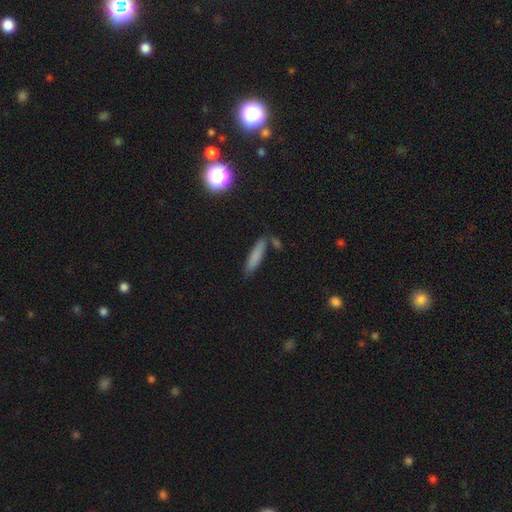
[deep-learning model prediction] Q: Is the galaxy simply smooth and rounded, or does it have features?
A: smooth — 79%.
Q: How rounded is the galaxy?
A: cigar-shaped — 80%.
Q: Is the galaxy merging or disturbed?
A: none — 78%.